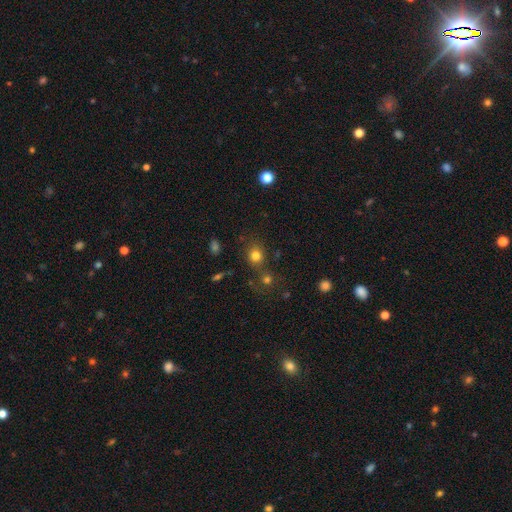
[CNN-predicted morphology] Smooth or featured? smooth (77%)
How rounded? round (78%)
Merging? none (68%)